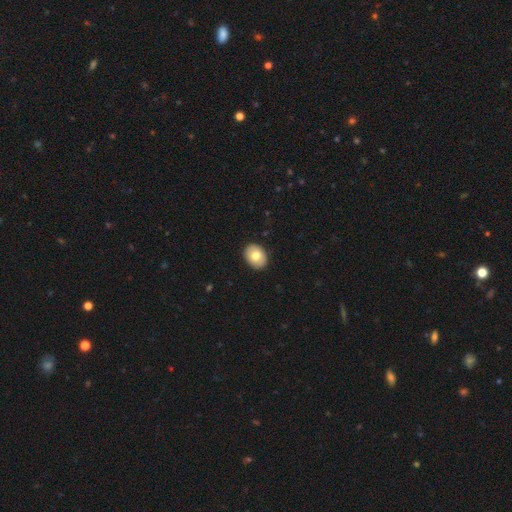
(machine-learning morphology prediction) Smooth or featured?
  - smooth: 74% *
  - featured or disk: 19%
  - star or artifact: 7%
How rounded?
  - in between: 66% *
  - round: 33%
  - cigar-shaped: 1%
Merging?
  - none: 90% *
  - minor disturbance: 7%
  - major disturbance: 2%
  - merger: 1%